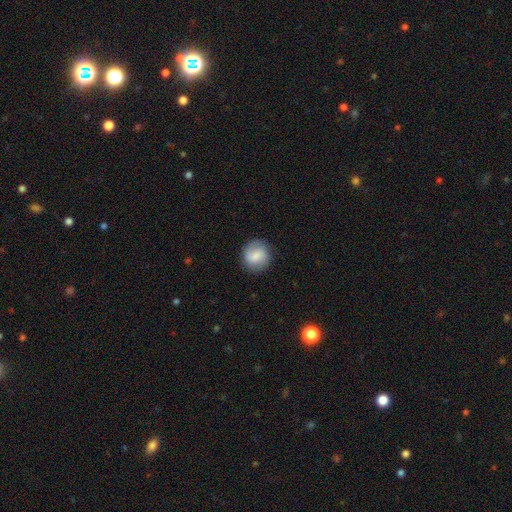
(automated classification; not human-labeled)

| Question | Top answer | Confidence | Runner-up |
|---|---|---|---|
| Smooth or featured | smooth | 70% | featured or disk (23%) |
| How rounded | round | 86% | in between (13%) |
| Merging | none | 84% | minor disturbance (11%) |